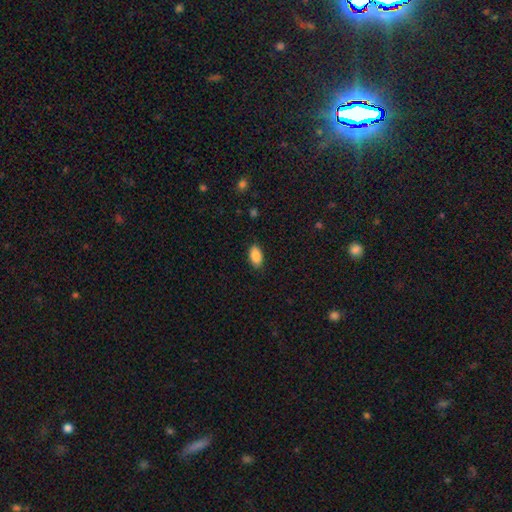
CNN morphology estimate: smooth-or-featured: smooth: 87% | star or artifact: 7% | featured or disk: 5%
  how-rounded: in between: 93% | cigar-shaped: 3% | round: 3%
  merging: none: 87% | minor disturbance: 10% | major disturbance: 2% | merger: 1%